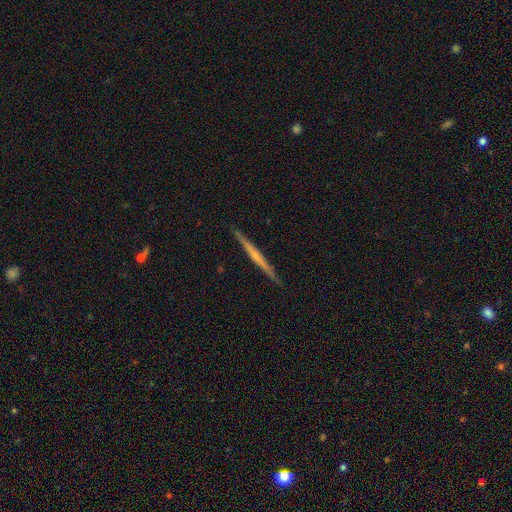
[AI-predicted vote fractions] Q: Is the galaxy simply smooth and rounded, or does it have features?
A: featured or disk — 64%.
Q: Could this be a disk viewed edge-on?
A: yes — 98%.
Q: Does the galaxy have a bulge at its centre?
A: none — 64%.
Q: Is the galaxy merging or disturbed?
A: none — 91%.